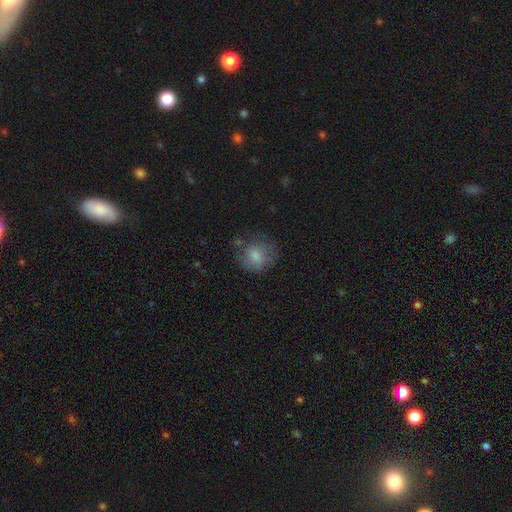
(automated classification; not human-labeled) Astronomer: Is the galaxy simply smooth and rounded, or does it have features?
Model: smooth — 77%.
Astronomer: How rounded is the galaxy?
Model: round — 80%.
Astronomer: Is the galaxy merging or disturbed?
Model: none — 61%.